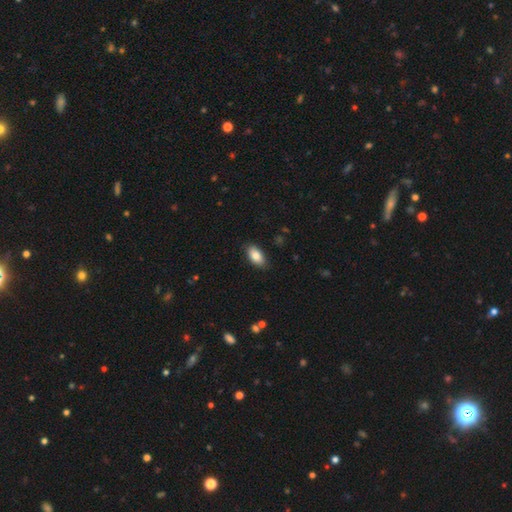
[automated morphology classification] Smooth or featured?
  - smooth: 84% *
  - featured or disk: 9%
  - star or artifact: 7%
How rounded?
  - in between: 92% *
  - cigar-shaped: 4%
  - round: 3%
Merging?
  - none: 86% *
  - minor disturbance: 11%
  - major disturbance: 2%
  - merger: 1%